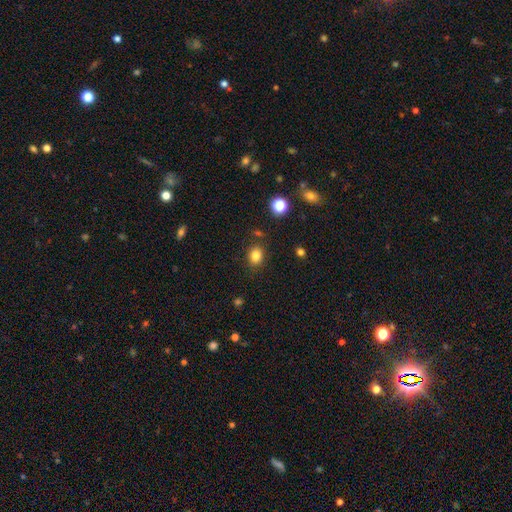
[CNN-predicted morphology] This is clearly a smooth galaxy (83%). How rounded: possibly in between (51%). Merging: clearly none (82%).